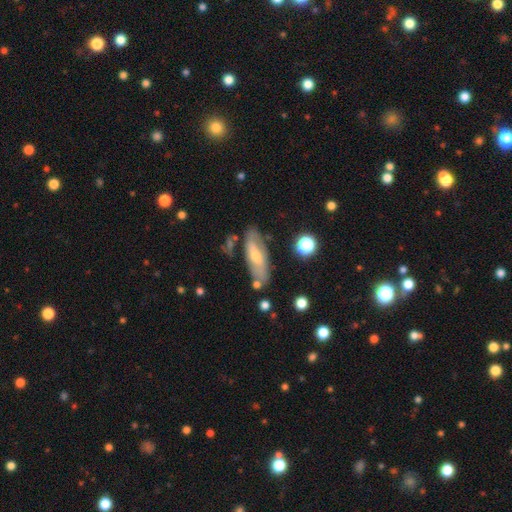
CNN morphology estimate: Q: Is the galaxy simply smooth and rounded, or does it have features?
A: featured or disk — 49%.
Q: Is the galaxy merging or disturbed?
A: none — 72%.